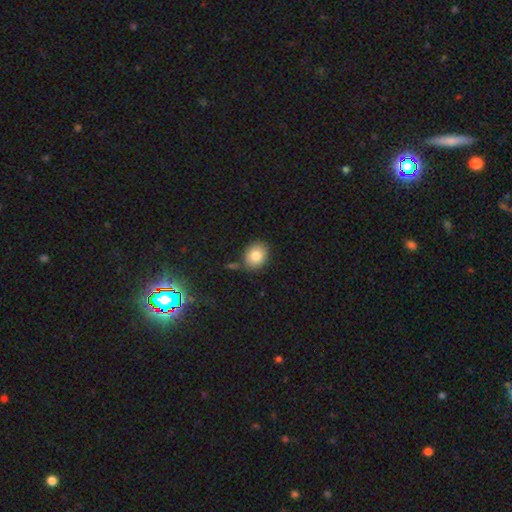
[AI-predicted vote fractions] smooth 83%, star or artifact 9%, featured or disk 8%. Down the decision tree: how rounded — round (54%); merging — none (76%).